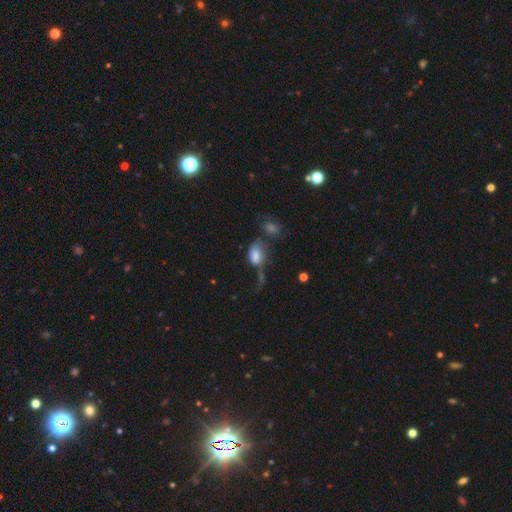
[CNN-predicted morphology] The model was most divided on "merging": major disturbance: 34%, merger: 26%, none: 22%, minor disturbance: 17%. More confident: how rounded — in between (82%); smooth or featured — smooth (72%).